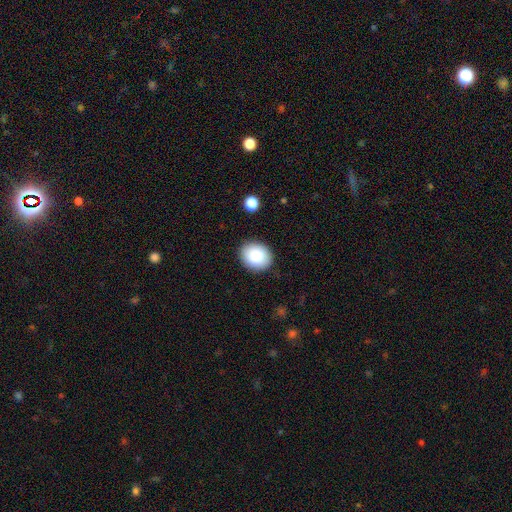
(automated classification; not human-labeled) Smooth or featured? Predicted: smooth (p=0.87). How rounded? Predicted: round (p=0.59). Merging? Predicted: none (p=0.89).